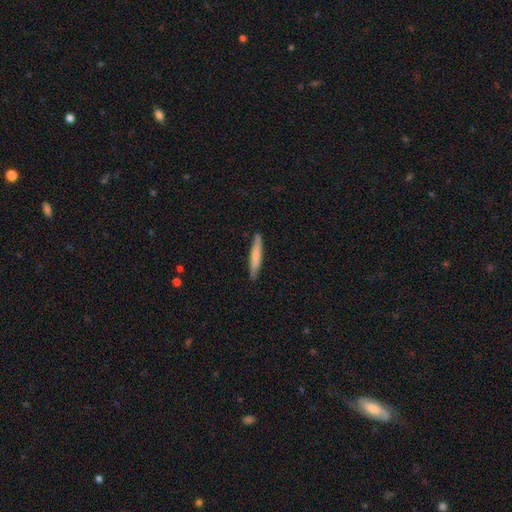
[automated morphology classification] Q: Smooth or featured?
A: smooth (71%); runner-up: featured or disk (24%)
Q: How rounded?
A: cigar-shaped (94%); runner-up: in between (5%)
Q: Merging?
A: none (87%); runner-up: minor disturbance (10%)